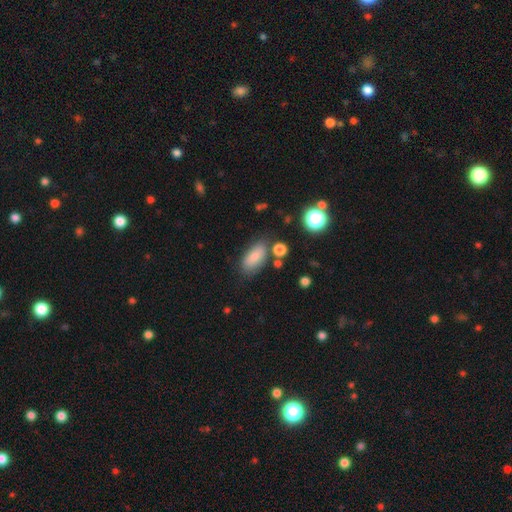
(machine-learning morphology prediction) This is likely a smooth galaxy (78%). How rounded: clearly in between (87%). Merging: likely none (72%).